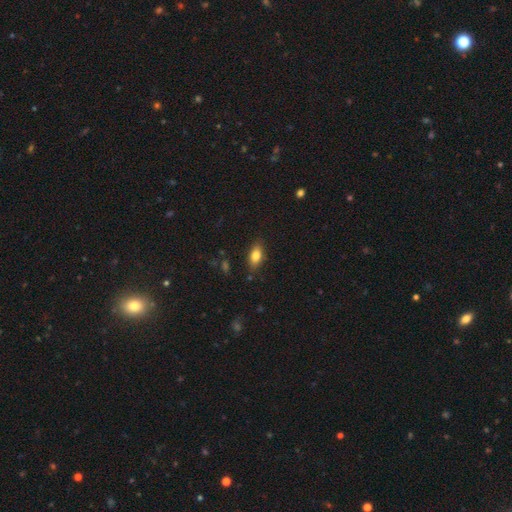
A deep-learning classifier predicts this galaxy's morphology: The model was most divided on "merging": none: 82%, minor disturbance: 13%, major disturbance: 3%, merger: 2%. More confident: how rounded — in between (86%); smooth or featured — smooth (81%).